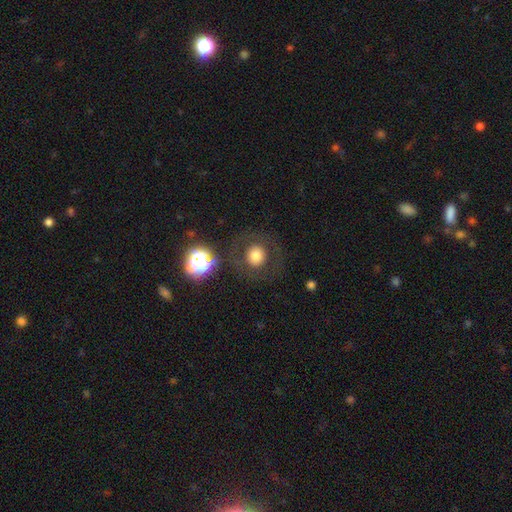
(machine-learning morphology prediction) A smooth galaxy with no disk features (66%) that is round (90%). Merging: none (80%).